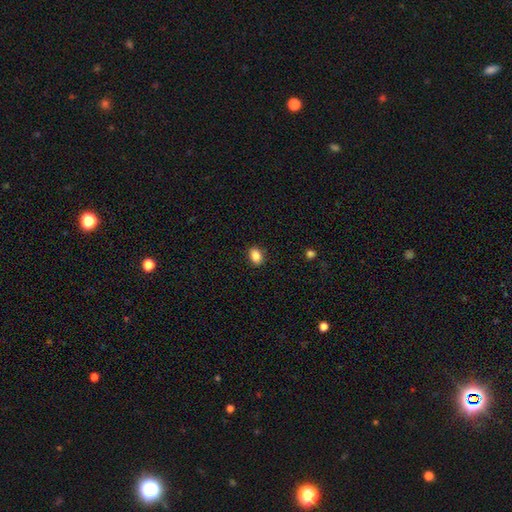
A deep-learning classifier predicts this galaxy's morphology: Smooth or featured: smooth — 86% (star or artifact — 9%)
How rounded: in between — 72% (round — 27%)
Merging: none — 88% (minor disturbance — 9%)